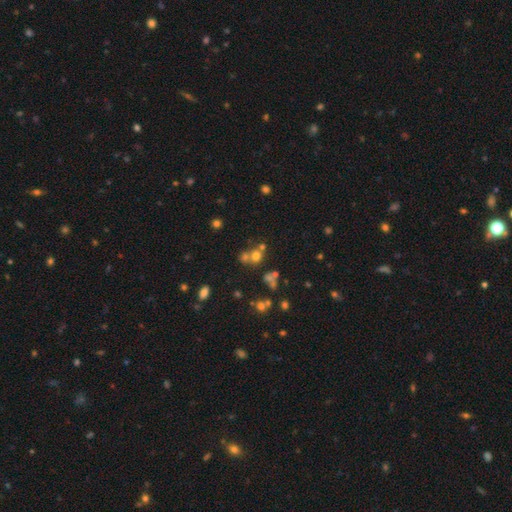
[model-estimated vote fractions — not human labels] Overall: smooth (58%; star or artifact 24%). How rounded: round (77%). Merging: none (44%; merger 42%).